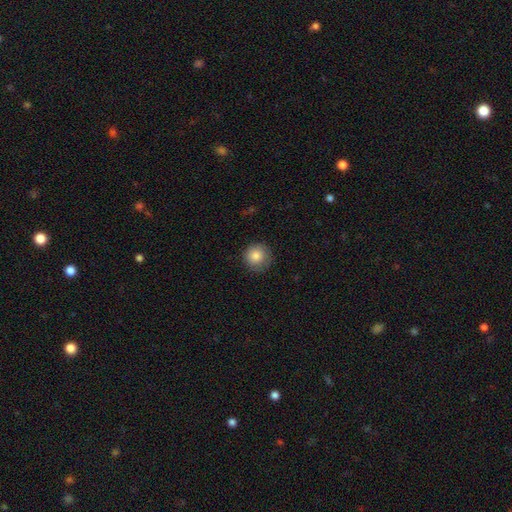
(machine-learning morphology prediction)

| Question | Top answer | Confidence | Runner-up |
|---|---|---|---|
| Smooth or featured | smooth | 84% | star or artifact (9%) |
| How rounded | round | 94% | in between (6%) |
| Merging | none | 83% | minor disturbance (13%) |